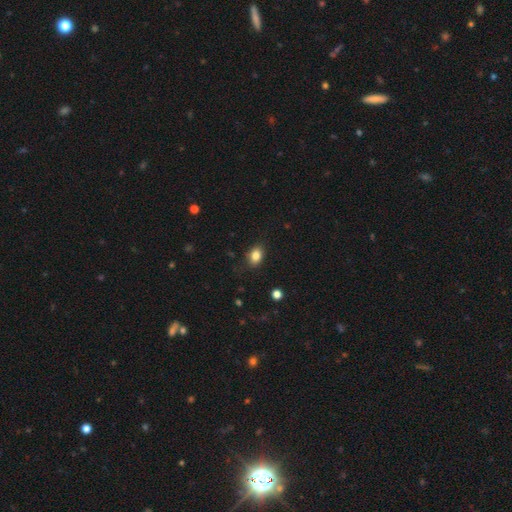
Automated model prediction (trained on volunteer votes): The model was most divided on "how rounded": in between: 76%, round: 23%, cigar-shaped: 1%. More confident: smooth or featured — smooth (84%); merging — none (81%).